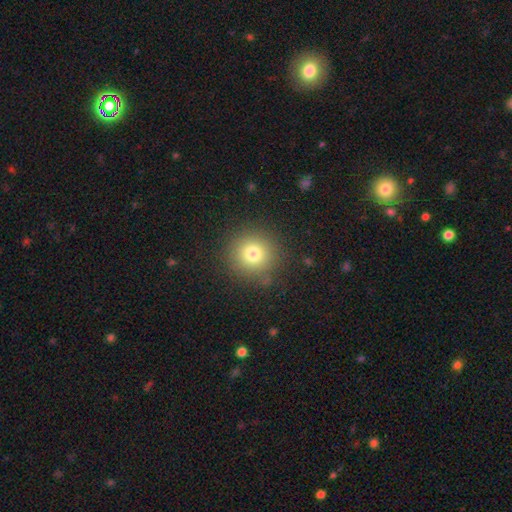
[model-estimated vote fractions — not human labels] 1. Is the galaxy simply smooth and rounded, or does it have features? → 76% smooth, 15% star or artifact, 9% featured or disk.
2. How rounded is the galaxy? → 95% round, 5% in between, 1% cigar-shaped.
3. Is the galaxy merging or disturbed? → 90% none, 6% minor disturbance, 2% major disturbance, 1% merger.